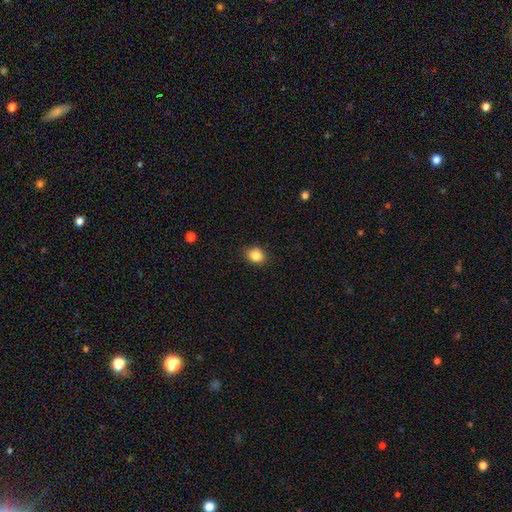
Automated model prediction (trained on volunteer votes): A smooth galaxy with no disk features (85%) that is round (60%).

Vote fractions:
- Smooth or featured? smooth: 85% / star or artifact: 10% / featured or disk: 5%
- How rounded? round: 60% / in between: 39% / cigar-shaped: 1%
- Merging? none: 86% / minor disturbance: 11% / major disturbance: 2% / merger: 1%